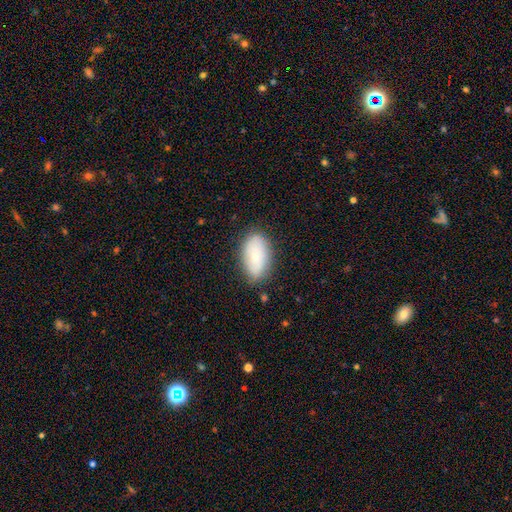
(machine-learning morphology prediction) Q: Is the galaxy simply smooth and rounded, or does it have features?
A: smooth — 77%.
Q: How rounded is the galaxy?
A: in between — 93%.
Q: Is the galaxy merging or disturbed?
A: none — 76%.